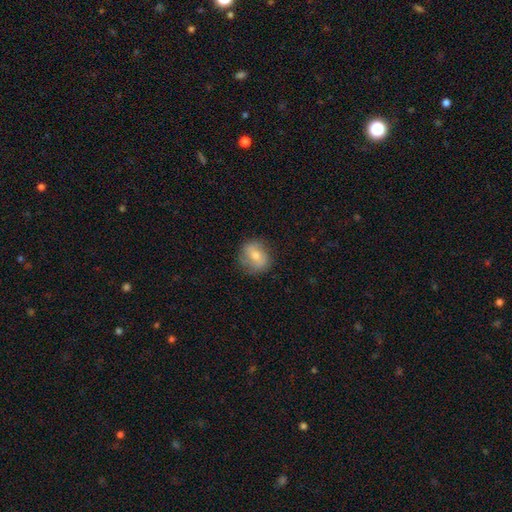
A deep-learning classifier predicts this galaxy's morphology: Q: Smooth or featured?
A: smooth (64%); runner-up: featured or disk (28%)
Q: How rounded?
A: round (71%); runner-up: in between (28%)
Q: Merging?
A: none (77%); runner-up: minor disturbance (17%)